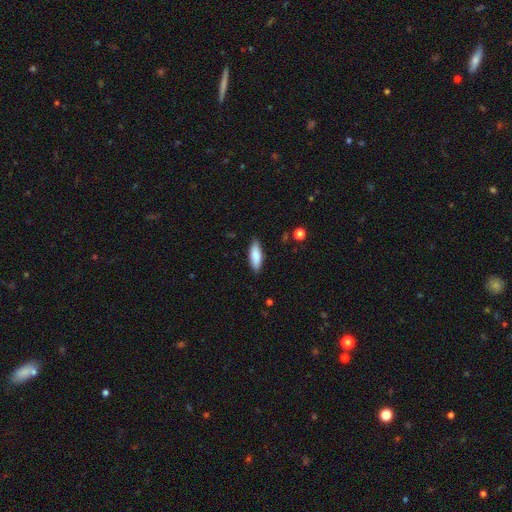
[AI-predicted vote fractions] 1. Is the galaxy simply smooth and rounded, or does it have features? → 85% smooth, 9% featured or disk, 6% star or artifact.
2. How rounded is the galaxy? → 68% in between, 30% cigar-shaped, 2% round.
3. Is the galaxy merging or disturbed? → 85% none, 12% minor disturbance, 2% major disturbance, 1% merger.